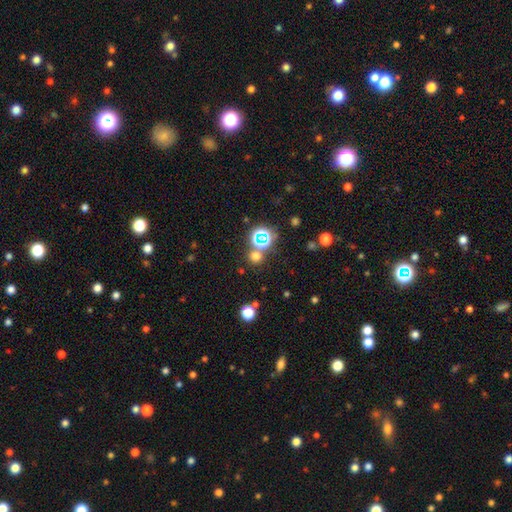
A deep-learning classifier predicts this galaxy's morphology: This appears to be a smooth galaxy with no disk features (59%) that is round (90%). Merging: none (76%).